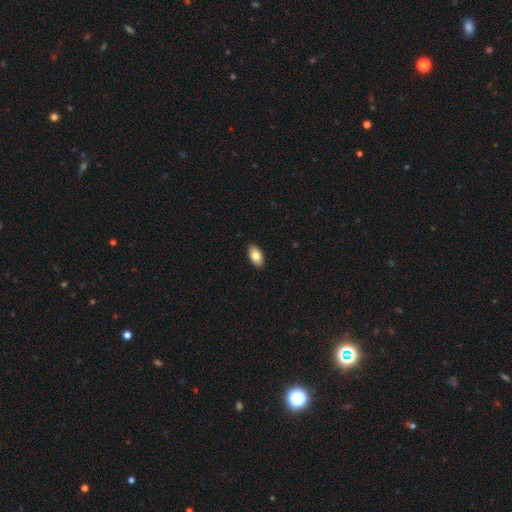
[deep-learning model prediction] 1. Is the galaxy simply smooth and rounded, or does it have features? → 80% smooth, 13% featured or disk, 7% star or artifact.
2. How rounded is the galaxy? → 94% in between, 3% round, 3% cigar-shaped.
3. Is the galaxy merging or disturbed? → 91% none, 7% minor disturbance, 2% major disturbance, 1% merger.